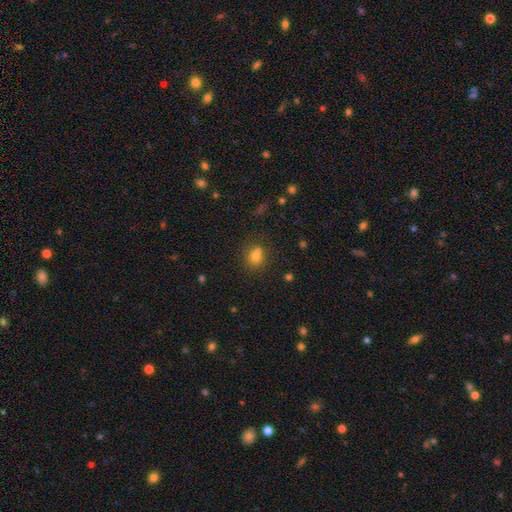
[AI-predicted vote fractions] This is likely a smooth galaxy (74%). How rounded: likely round (74%). Merging: likely none (63%).